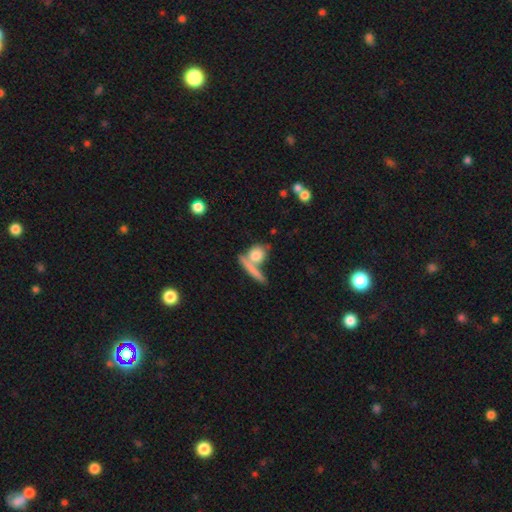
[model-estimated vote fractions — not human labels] Smooth or featured?
  - smooth: 73% *
  - featured or disk: 19%
  - star or artifact: 8%
How rounded?
  - round: 56% *
  - in between: 27%
  - cigar-shaped: 18%
Merging?
  - none: 51% *
  - merger: 32%
  - minor disturbance: 11%
  - major disturbance: 6%